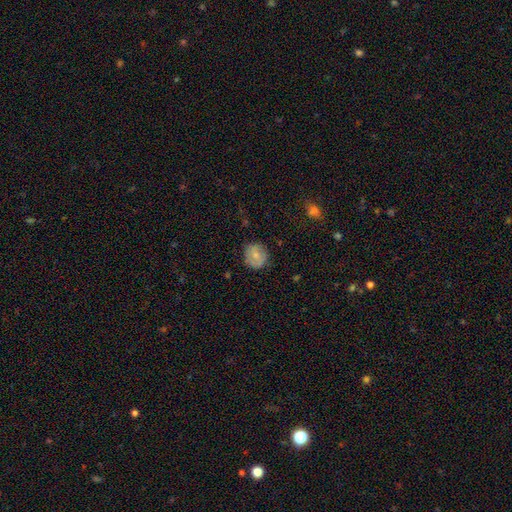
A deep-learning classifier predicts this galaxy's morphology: The model was most divided on "smooth or featured": smooth: 67%, featured or disk: 25%, star or artifact: 8%. More confident: how rounded — round (82%); merging — none (79%).